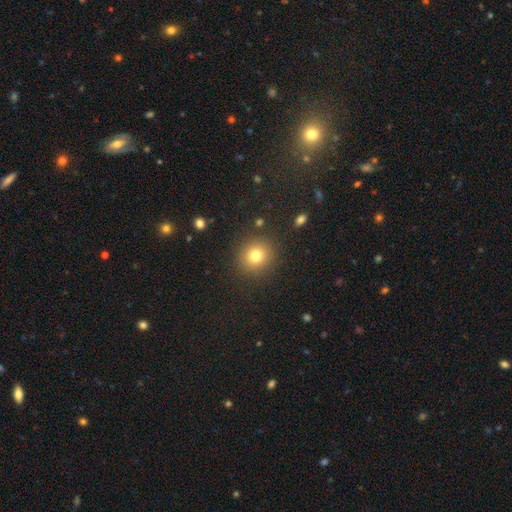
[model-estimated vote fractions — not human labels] Smooth or featured: smooth — 78% (star or artifact — 13%)
How rounded: round — 88% (in between — 12%)
Merging: none — 88% (minor disturbance — 7%)